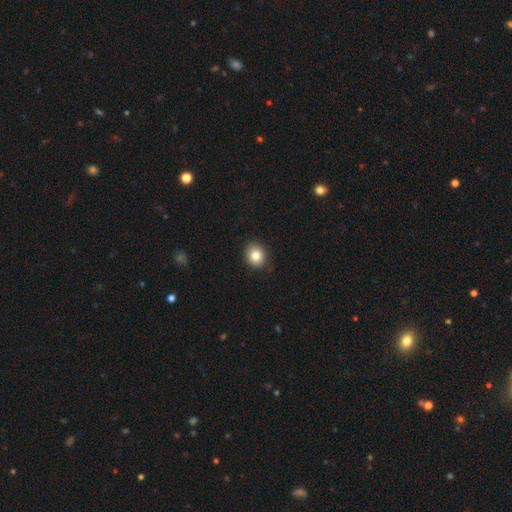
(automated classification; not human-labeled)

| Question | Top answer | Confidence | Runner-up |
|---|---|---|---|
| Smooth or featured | smooth | 82% | star or artifact (10%) |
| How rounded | round | 78% | in between (21%) |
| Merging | none | 90% | minor disturbance (7%) |